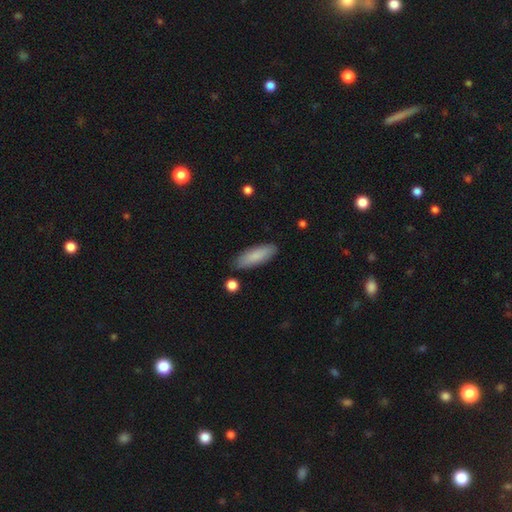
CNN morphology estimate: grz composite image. It shows a smooth galaxy with no disk features (85%) that is in between round and cigar-shaped (57%). Merging: none (86%).